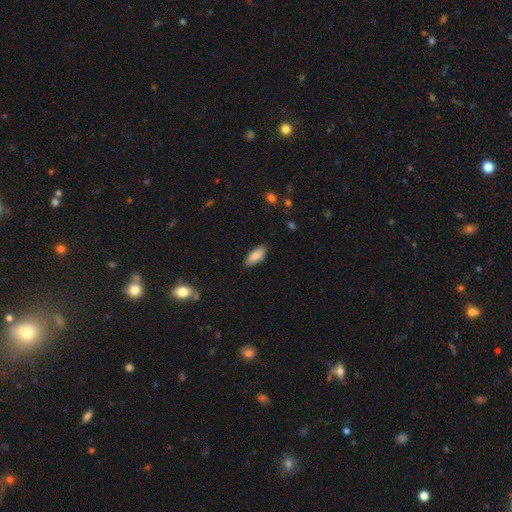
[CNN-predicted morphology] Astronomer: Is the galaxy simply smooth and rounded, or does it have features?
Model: smooth — 87%.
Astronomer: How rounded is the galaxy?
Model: in between — 80%.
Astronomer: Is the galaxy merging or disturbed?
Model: none — 81%.